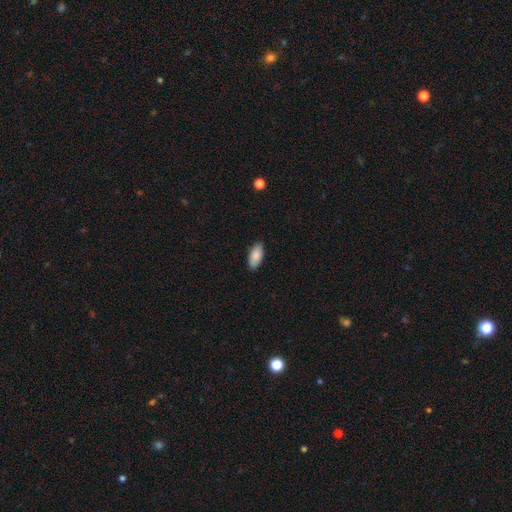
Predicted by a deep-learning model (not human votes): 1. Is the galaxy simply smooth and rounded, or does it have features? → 88% smooth, 6% featured or disk, 6% star or artifact.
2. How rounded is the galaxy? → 91% in between, 8% cigar-shaped, 2% round.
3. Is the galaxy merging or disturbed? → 88% none, 10% minor disturbance, 2% major disturbance, 1% merger.